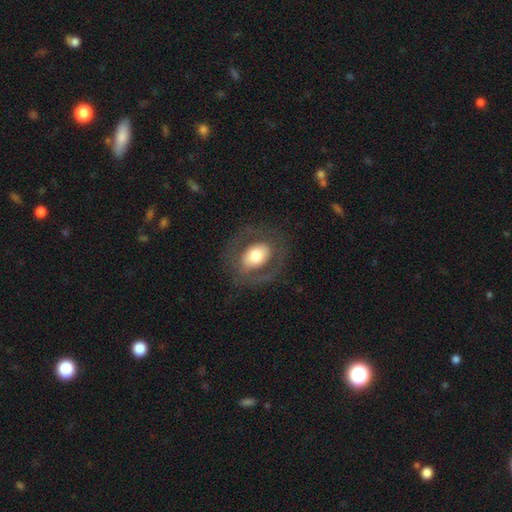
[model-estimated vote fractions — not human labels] The model was most divided on "smooth or featured": smooth: 52%, featured or disk: 41%, star or artifact: 7%. More confident: merging — none (76%); how rounded — in between (69%).